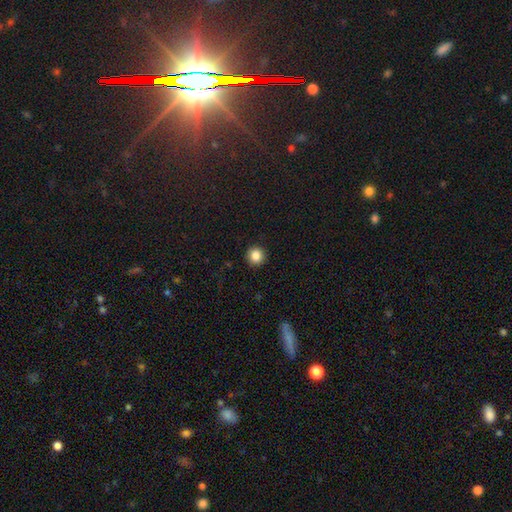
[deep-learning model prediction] Smooth or featured: smooth — 85% (star or artifact — 10%)
How rounded: round — 94% (in between — 5%)
Merging: none — 92% (minor disturbance — 5%)